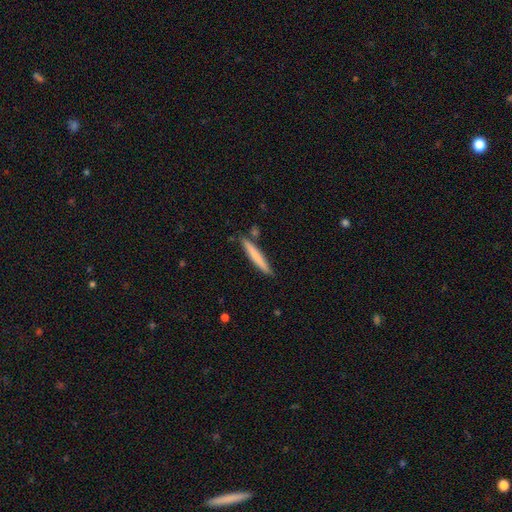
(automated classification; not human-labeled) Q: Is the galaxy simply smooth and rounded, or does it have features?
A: smooth — 70%.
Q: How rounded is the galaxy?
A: cigar-shaped — 96%.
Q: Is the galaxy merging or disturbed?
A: none — 84%.